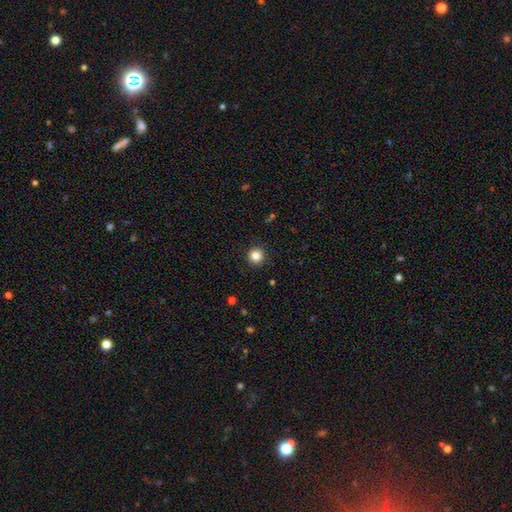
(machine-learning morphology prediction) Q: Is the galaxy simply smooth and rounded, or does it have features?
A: smooth — 83%.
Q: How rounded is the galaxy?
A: round — 95%.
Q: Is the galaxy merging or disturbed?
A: none — 92%.